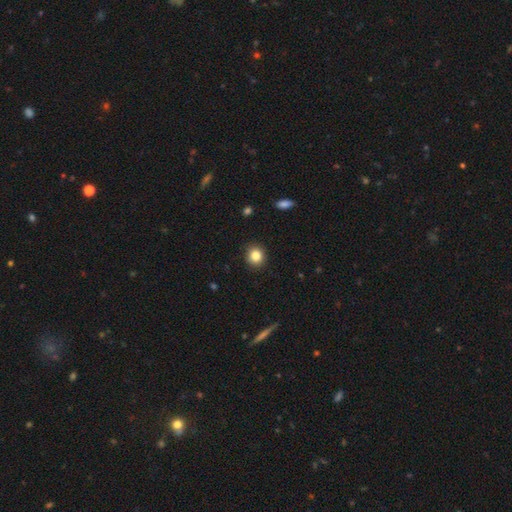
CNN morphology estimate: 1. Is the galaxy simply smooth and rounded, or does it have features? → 84% smooth, 10% star or artifact, 5% featured or disk.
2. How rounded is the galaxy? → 84% round, 15% in between, 1% cigar-shaped.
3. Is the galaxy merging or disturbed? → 90% none, 7% minor disturbance, 2% major disturbance, 1% merger.